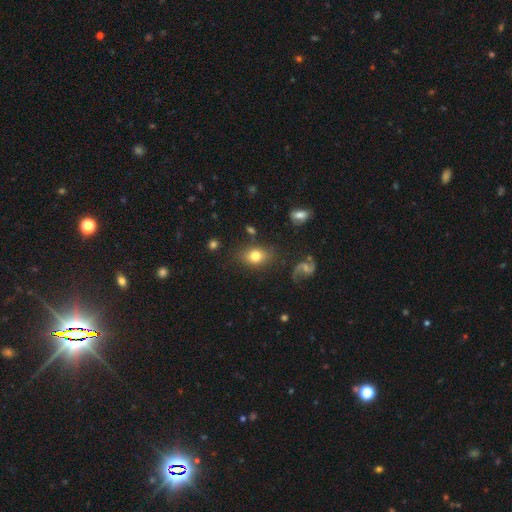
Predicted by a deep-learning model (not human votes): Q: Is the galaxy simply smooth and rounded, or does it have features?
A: smooth — 73%.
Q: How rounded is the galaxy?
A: in between — 70%.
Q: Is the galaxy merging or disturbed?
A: none — 76%.